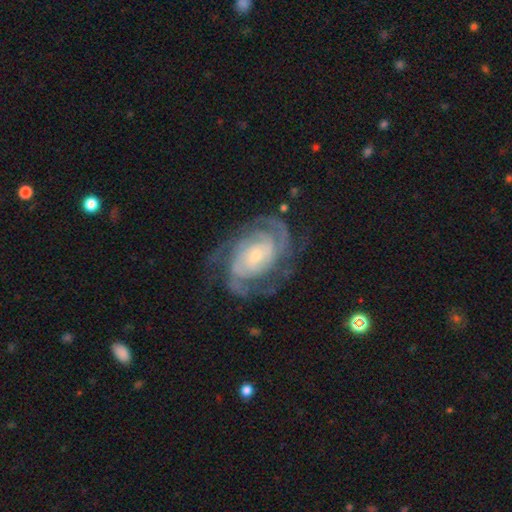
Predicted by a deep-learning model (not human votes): Smooth or featured: featured or disk — 91% (smooth — 5%)
Edge-on disk: no — 97% (yes — 3%)
Bar: no — 59% (weak — 32%)
Spiral arms: yes — 98% (no — 2%)
Spiral winding: tight — 66% (medium — 29%)
Spiral arm count: 2 — 35% (3 — 22%)
Bulge size: small — 60% (moderate — 32%)
Merging: none — 72% (minor disturbance — 17%)